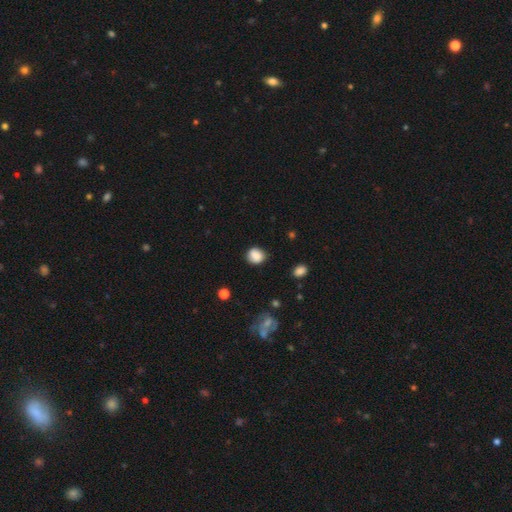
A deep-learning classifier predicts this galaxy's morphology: Smooth or featured? smooth (86%)
How rounded? round (69%)
Merging? none (77%)